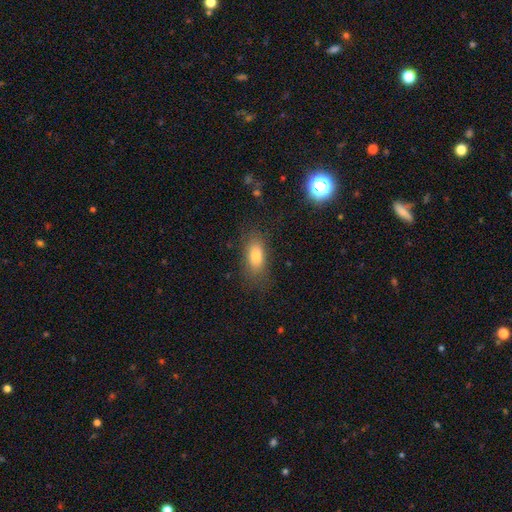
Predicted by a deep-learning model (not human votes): The model was most divided on "merging": none: 77%, minor disturbance: 15%, major disturbance: 6%, merger: 2%. More confident: how rounded — in between (82%); smooth or featured — smooth (78%).